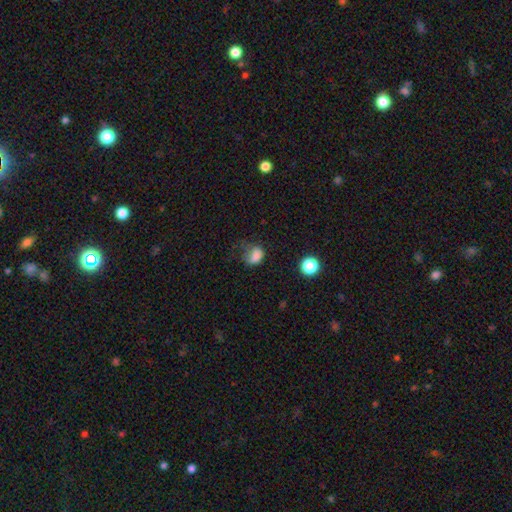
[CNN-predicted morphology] smooth_or_featured: smooth (p=0.79) [alt: star or artifact p=0.12]
how_rounded: in between (p=0.69) [alt: round p=0.29]
merging: major disturbance (p=0.35) [alt: minor disturbance p=0.31]